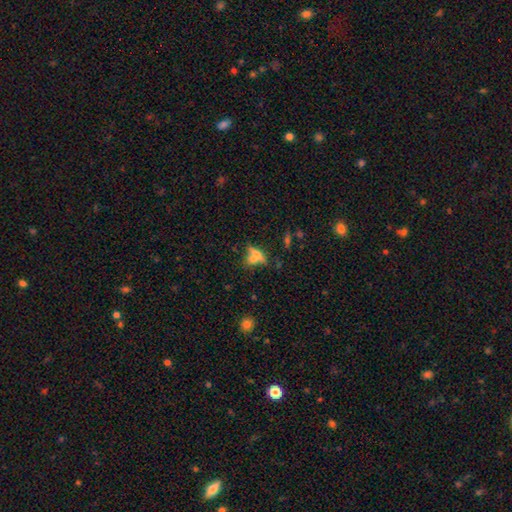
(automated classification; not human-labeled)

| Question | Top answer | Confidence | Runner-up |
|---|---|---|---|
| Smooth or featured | smooth | 54% | featured or disk (31%) |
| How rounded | in between | 56% | cigar-shaped (27%) |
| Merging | merger | 45% | none (36%) |